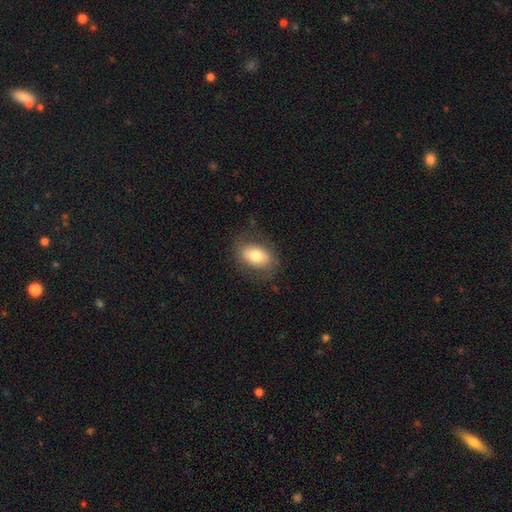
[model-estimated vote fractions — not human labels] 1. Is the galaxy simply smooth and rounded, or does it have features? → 71% smooth, 22% featured or disk, 7% star or artifact.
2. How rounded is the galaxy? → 85% in between, 13% round, 2% cigar-shaped.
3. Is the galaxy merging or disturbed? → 77% none, 15% minor disturbance, 6% major disturbance, 1% merger.